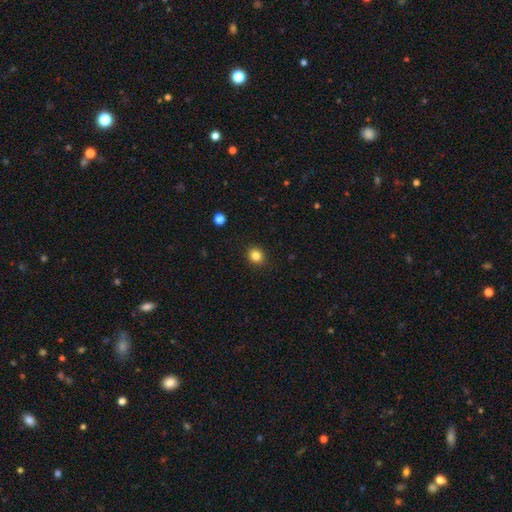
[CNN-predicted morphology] A smooth galaxy with no disk features (84%) that is round (75%). Merging: none (90%).